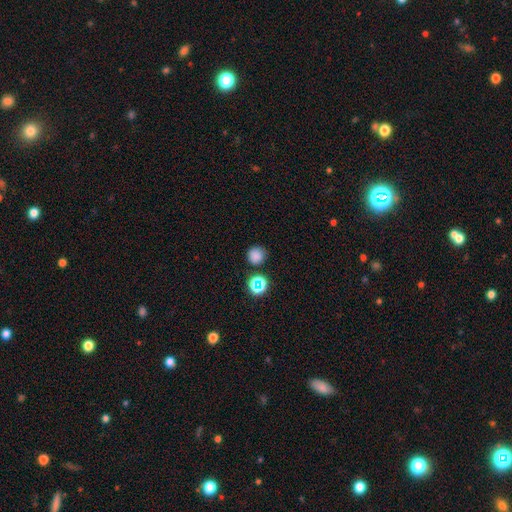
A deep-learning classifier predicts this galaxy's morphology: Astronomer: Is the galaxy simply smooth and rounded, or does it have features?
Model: smooth — 77%.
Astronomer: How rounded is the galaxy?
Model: round — 92%.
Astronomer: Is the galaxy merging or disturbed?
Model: none — 81%.